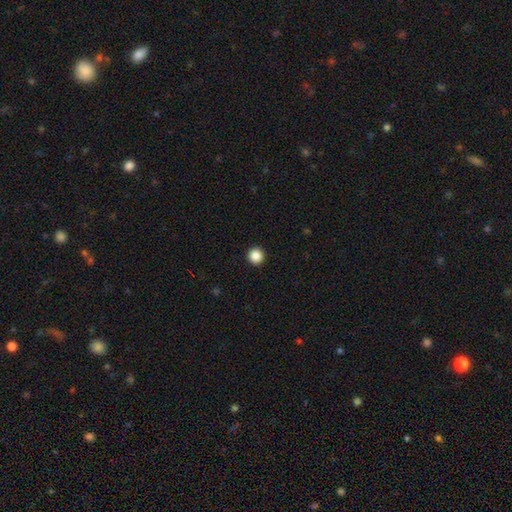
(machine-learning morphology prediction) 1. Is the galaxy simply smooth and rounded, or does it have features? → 87% smooth, 10% star or artifact, 3% featured or disk.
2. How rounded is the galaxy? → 96% round, 3% in between, 1% cigar-shaped.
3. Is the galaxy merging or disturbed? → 94% none, 4% minor disturbance, 1% major disturbance, 1% merger.